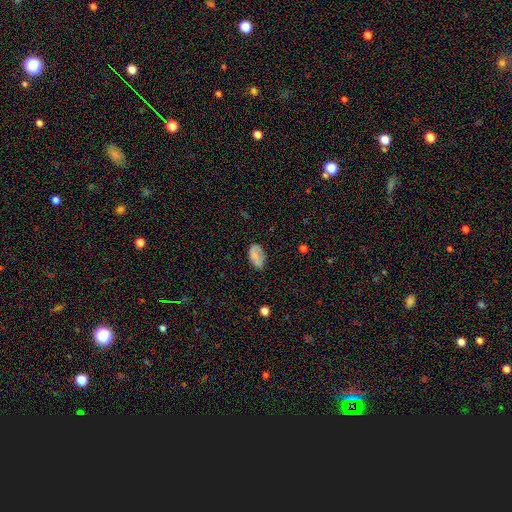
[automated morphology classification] type=smooth (74%); roundness=in between (92%); merging=none (63%).